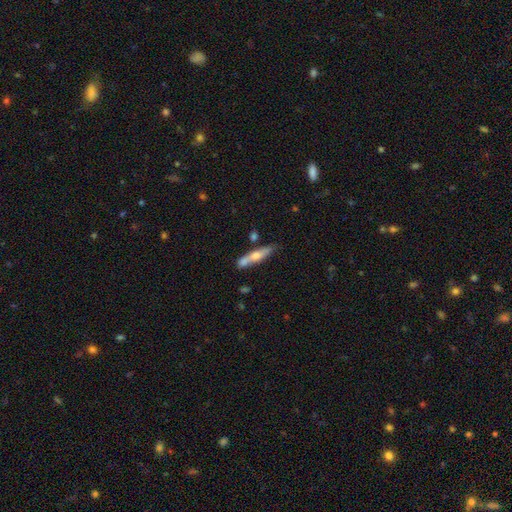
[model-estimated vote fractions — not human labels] Smooth or featured?
  - smooth: 50% *
  - featured or disk: 44%
  - star or artifact: 6%
How rounded?
  - cigar-shaped: 79% *
  - in between: 19%
  - round: 2%
Merging?
  - none: 61% *
  - merger: 18%
  - minor disturbance: 17%
  - major disturbance: 4%